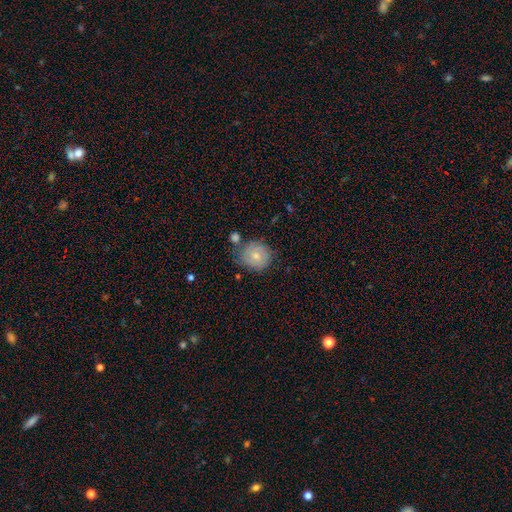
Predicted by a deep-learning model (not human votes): A smooth galaxy with no disk features (62%) that is round (85%). Merging: none (63%).